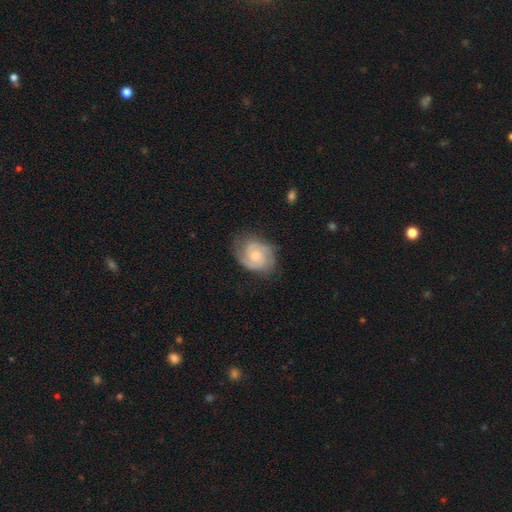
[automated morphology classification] featured or disk 81%, smooth 14%, star or artifact 5%. Down the decision tree: edge-on disk — no (98%); bar — no (67%); spiral arms — yes (96%); spiral arm count — 2 (66%); spiral winding — tight (53%); bulge size — small (49%); merging — none (73%).